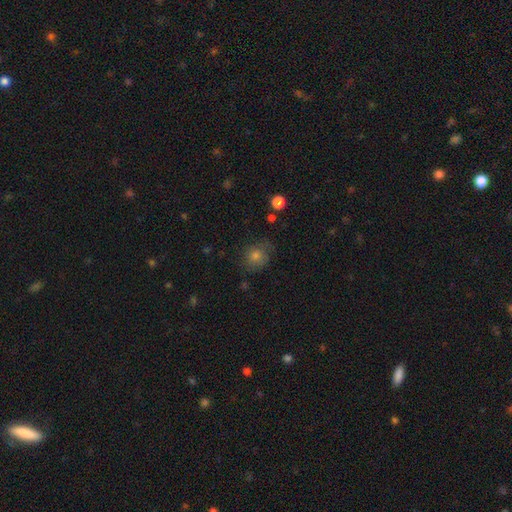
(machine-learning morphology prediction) smooth 66%, star or artifact 18%, featured or disk 16%. Down the decision tree: how rounded — round (76%); merging — none (70%).